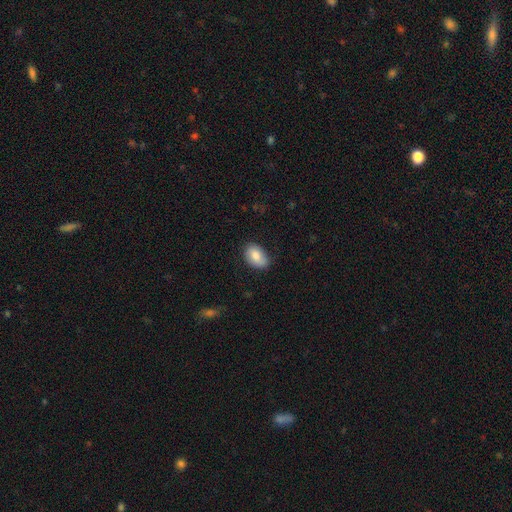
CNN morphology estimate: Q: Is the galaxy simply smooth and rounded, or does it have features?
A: smooth — 81%.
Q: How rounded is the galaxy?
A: in between — 86%.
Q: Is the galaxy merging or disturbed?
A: none — 75%.